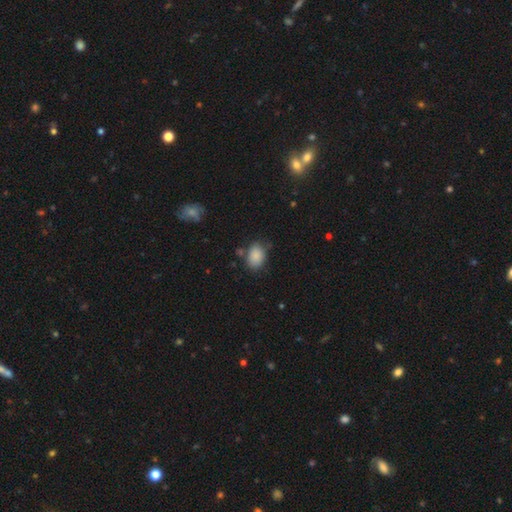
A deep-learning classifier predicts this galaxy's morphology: smooth-or-featured: smooth: 87% | star or artifact: 8% | featured or disk: 5%
  how-rounded: in between: 80% | round: 19% | cigar-shaped: 1%
  merging: none: 71% | minor disturbance: 18% | merger: 6% | major disturbance: 5%